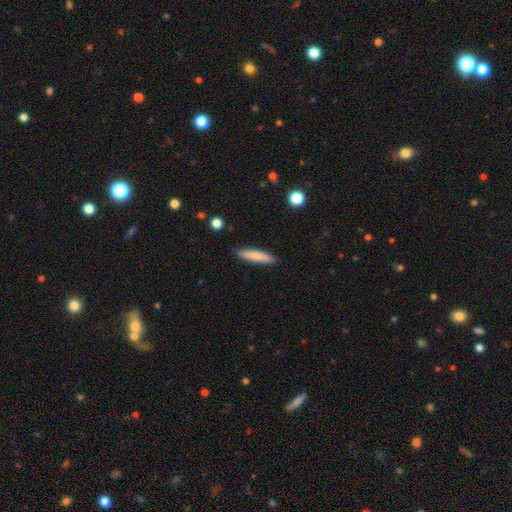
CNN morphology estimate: Smooth or featured? smooth (81%)
How rounded? cigar-shaped (85%)
Merging? none (89%)